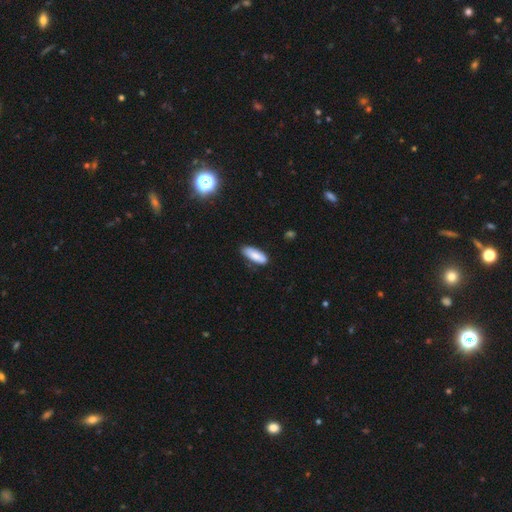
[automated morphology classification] Q: Smooth or featured?
A: smooth (84%); runner-up: featured or disk (9%)
Q: How rounded?
A: in between (68%); runner-up: cigar-shaped (30%)
Q: Merging?
A: none (78%); runner-up: minor disturbance (18%)